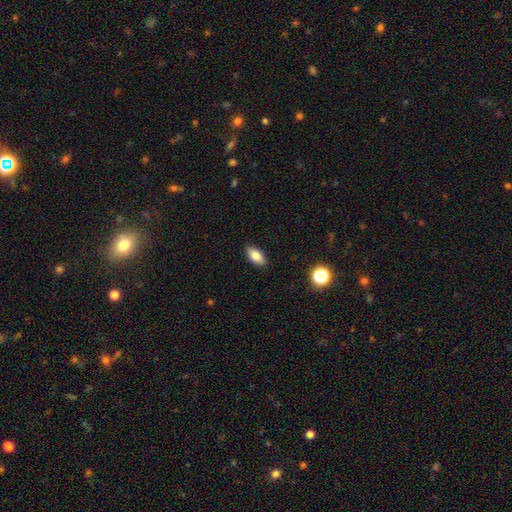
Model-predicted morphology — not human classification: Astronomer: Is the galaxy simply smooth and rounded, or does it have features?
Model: smooth — 81%.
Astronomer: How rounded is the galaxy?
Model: in between — 87%.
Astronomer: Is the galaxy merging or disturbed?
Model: none — 89%.